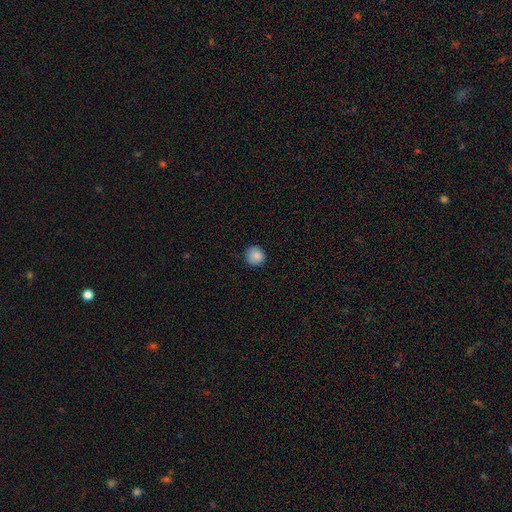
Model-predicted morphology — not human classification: A smooth galaxy with no disk features (87%) that is round (92%).

Vote fractions:
- Smooth or featured? smooth: 87% / star or artifact: 9% / featured or disk: 4%
- How rounded? round: 92% / in between: 7% / cigar-shaped: 1%
- Merging? none: 88% / minor disturbance: 9% / major disturbance: 2% / merger: 1%